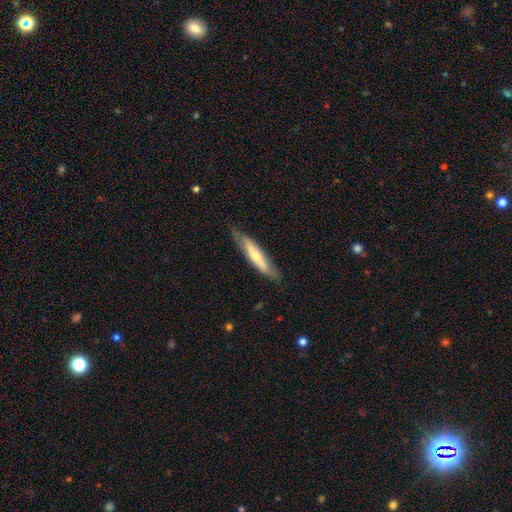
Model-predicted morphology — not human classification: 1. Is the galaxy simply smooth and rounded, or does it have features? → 48% featured or disk, 47% smooth, 5% star or artifact.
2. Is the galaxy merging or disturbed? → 77% none, 18% minor disturbance, 4% major disturbance, 1% merger.